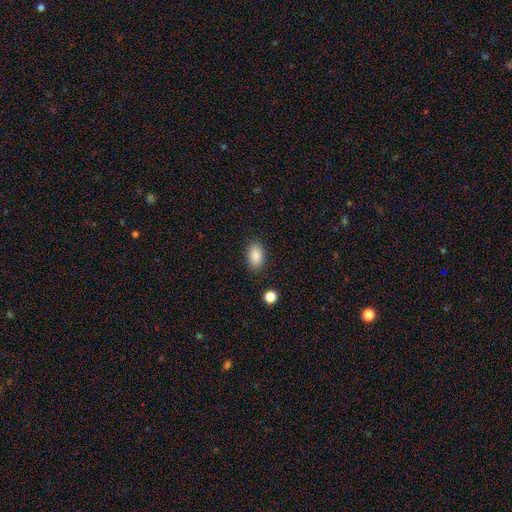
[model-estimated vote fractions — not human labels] Overall: smooth (87%). How rounded: in between (91%). Merging: none (86%).